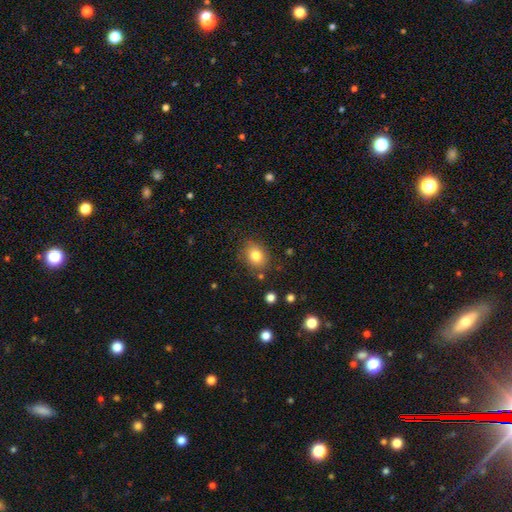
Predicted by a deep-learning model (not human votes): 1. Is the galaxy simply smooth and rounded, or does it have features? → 82% smooth, 10% star or artifact, 8% featured or disk.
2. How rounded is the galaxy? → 55% in between, 44% round, 1% cigar-shaped.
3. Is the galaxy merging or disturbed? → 81% none, 12% minor disturbance, 3% major disturbance, 3% merger.